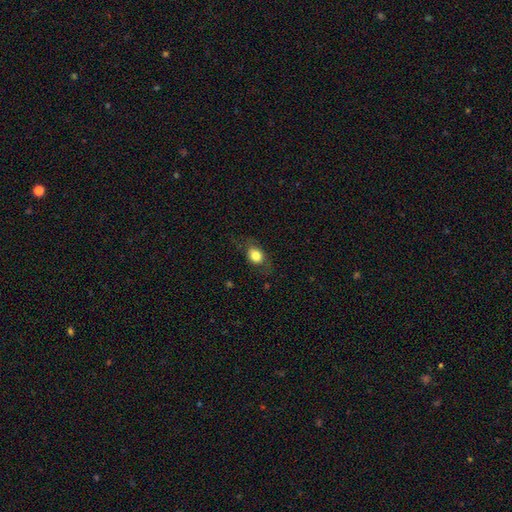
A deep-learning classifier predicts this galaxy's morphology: A smooth galaxy with no disk features (76%) that is in between round and cigar-shaped (59%).

Vote fractions:
- Smooth or featured? smooth: 76% / featured or disk: 15% / star or artifact: 9%
- How rounded? in between: 59% / round: 39% / cigar-shaped: 2%
- Merging? none: 72% / minor disturbance: 18% / major disturbance: 9% / merger: 1%